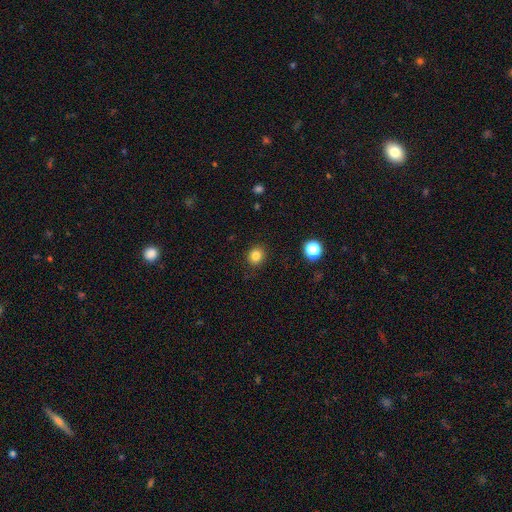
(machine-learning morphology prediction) A smooth galaxy with no disk features (83%) that is round (76%). Merging: none (88%).